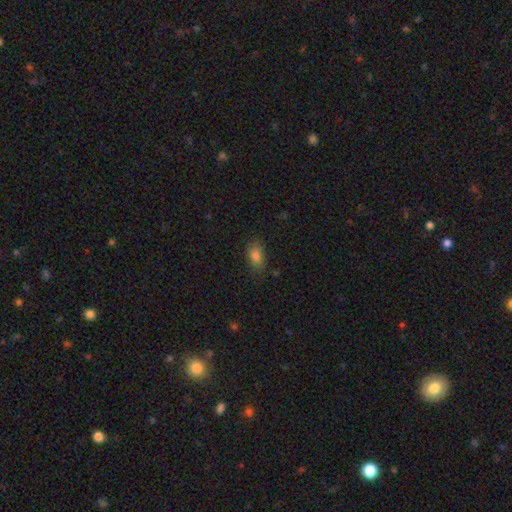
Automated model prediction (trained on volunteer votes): A smooth galaxy with no disk features (81%) that is in between round and cigar-shaped (87%).

Vote fractions:
- Smooth or featured? smooth: 81% / star or artifact: 11% / featured or disk: 8%
- How rounded? in between: 87% / round: 9% / cigar-shaped: 3%
- Merging? none: 80% / minor disturbance: 15% / major disturbance: 3% / merger: 1%